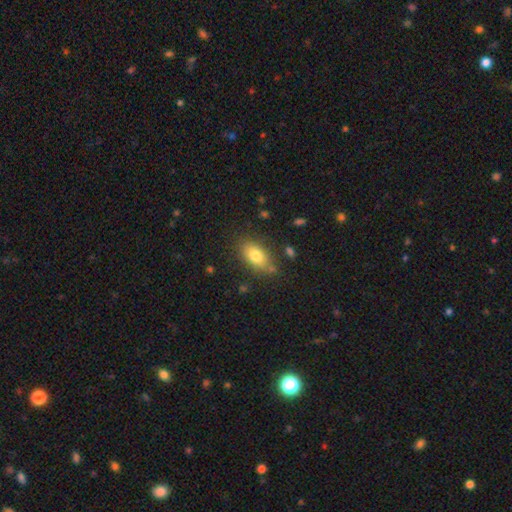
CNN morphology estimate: smooth 78%, featured or disk 13%, star or artifact 9%. Down the decision tree: how rounded — in between (87%); merging — none (77%).